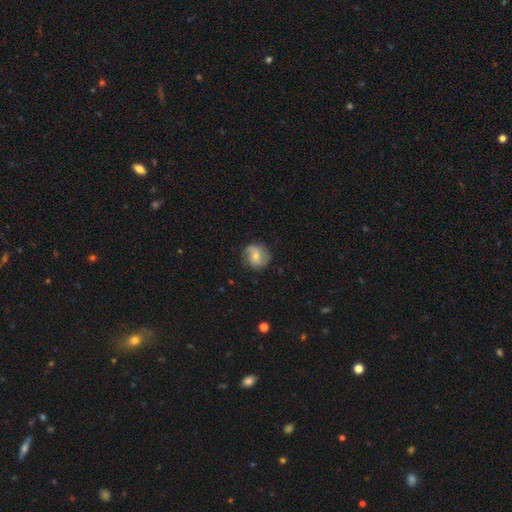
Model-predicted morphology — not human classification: smooth_or_featured: featured or disk (p=0.52) [alt: smooth p=0.40]
disk_edge_on: no (p=0.97) [alt: yes p=0.03]
bar: no (p=0.57) [alt: weak p=0.34]
has_spiral_arms: yes (p=0.86) [alt: no p=0.14]
bulge_size: moderate (p=0.47) [tied with: small p=0.47]
merging: none (p=0.73) [alt: minor disturbance p=0.19]